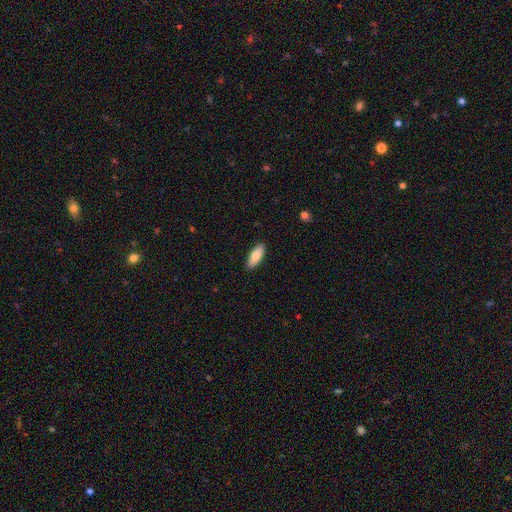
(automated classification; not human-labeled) A smooth galaxy with no disk features (81%) that is in between round and cigar-shaped (78%).

Vote fractions:
- Smooth or featured? smooth: 81% / featured or disk: 14% / star or artifact: 6%
- How rounded? in between: 78% / cigar-shaped: 20% / round: 2%
- Merging? none: 89% / minor disturbance: 8% / major disturbance: 2% / merger: 1%